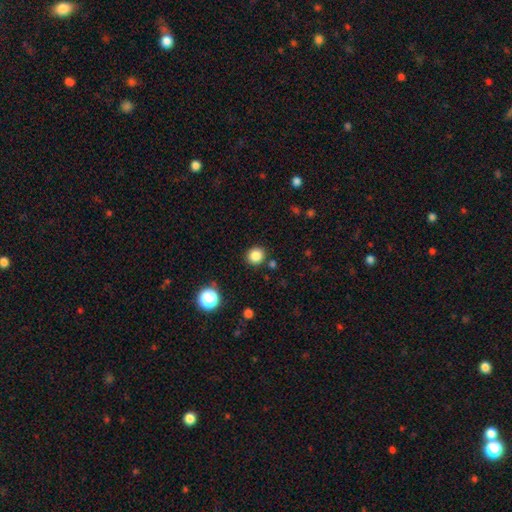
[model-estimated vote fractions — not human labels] The model was most divided on "smooth or featured": smooth: 84%, star or artifact: 12%, featured or disk: 4%. More confident: how rounded — round (90%); merging — none (88%).